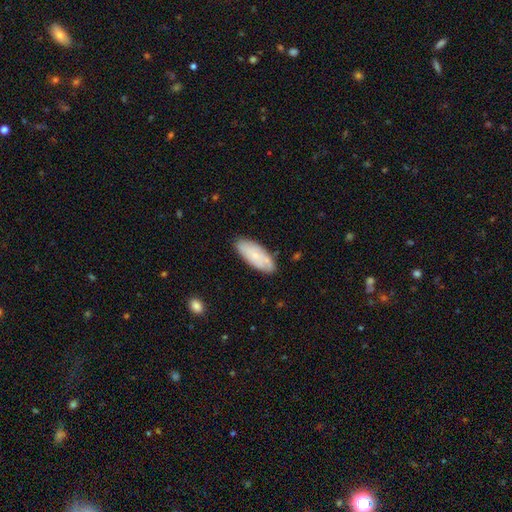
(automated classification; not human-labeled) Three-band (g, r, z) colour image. It shows a smooth galaxy with no disk features (67%) that is in between round and cigar-shaped (80%). Merging: none (80%).